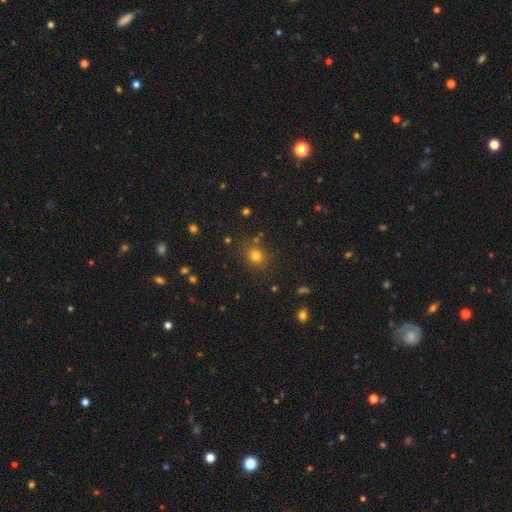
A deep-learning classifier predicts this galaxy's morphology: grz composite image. It shows a smooth galaxy with no disk features (76%) that is round (80%). Merging: none (82%).